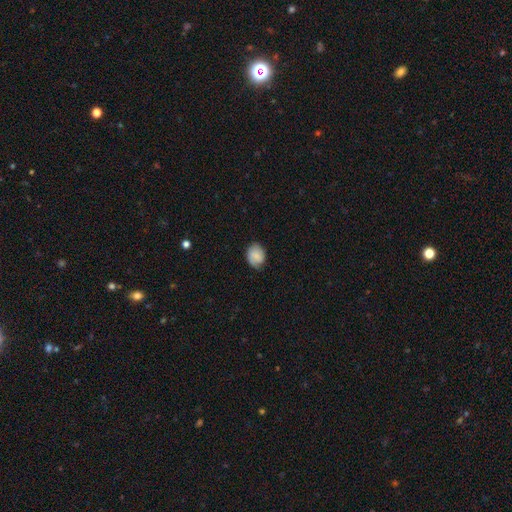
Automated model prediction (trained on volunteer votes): This appears to be a smooth galaxy with no disk features (73%) that is in between round and cigar-shaped (57%). Merging: none (73%).